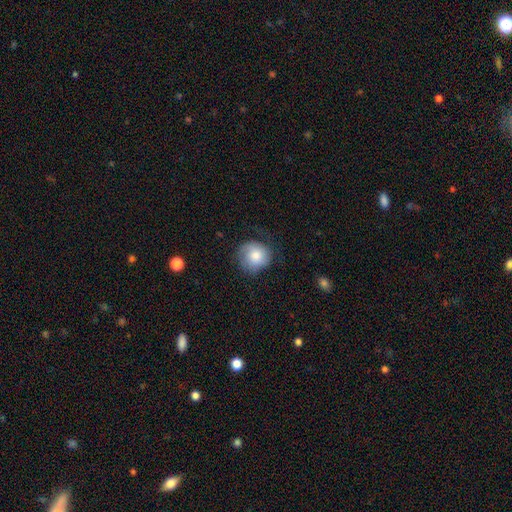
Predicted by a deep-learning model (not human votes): Q: Smooth or featured?
A: smooth (75%); runner-up: featured or disk (18%)
Q: How rounded?
A: round (87%); runner-up: in between (12%)
Q: Merging?
A: none (61%); runner-up: minor disturbance (26%)